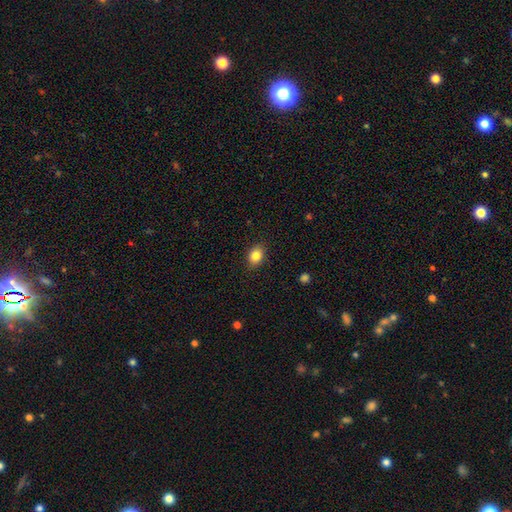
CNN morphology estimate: A smooth galaxy with no disk features (84%) that is in between round and cigar-shaped (60%).

Vote fractions:
- Smooth or featured? smooth: 84% / star or artifact: 9% / featured or disk: 7%
- How rounded? in between: 60% / round: 39% / cigar-shaped: 1%
- Merging? none: 88% / minor disturbance: 9% / major disturbance: 2% / merger: 1%